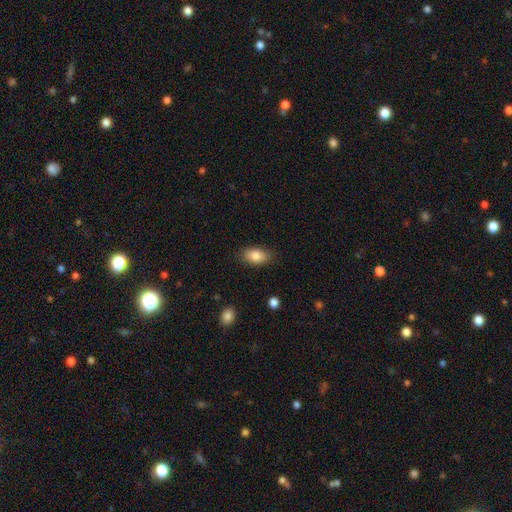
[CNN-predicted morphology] Overall: smooth (84%). How rounded: in between (90%). Merging: none (84%).